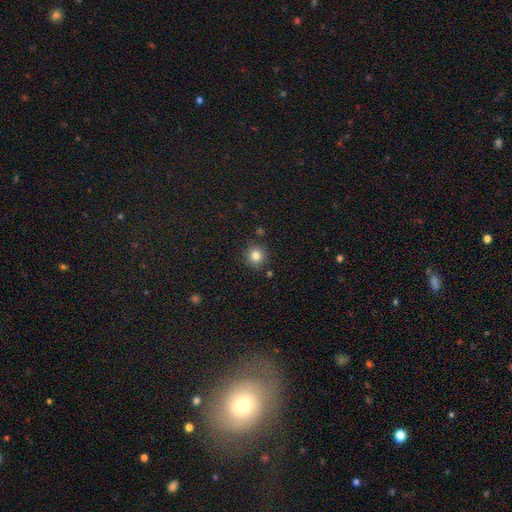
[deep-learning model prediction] A smooth galaxy with no disk features (82%) that is round (93%). Merging: none (87%).